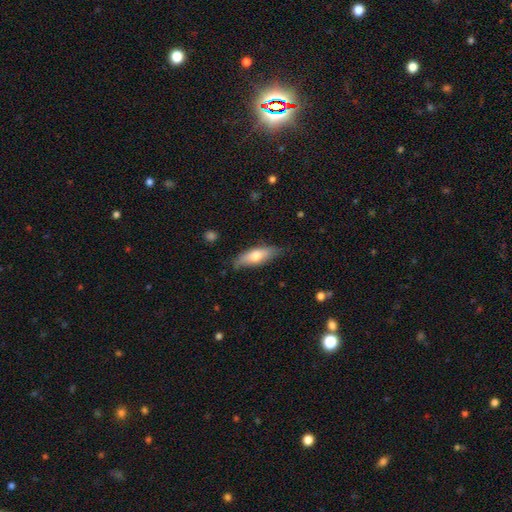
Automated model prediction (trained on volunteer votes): smooth 64%, featured or disk 30%, star or artifact 6%. Down the decision tree: how rounded — in between (60%); merging — none (76%).